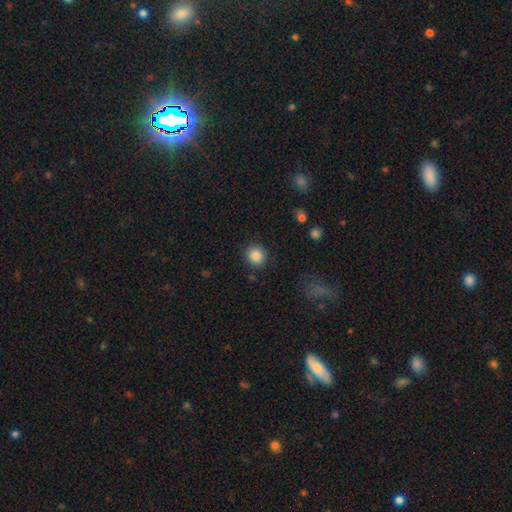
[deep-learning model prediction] smooth 87%, star or artifact 10%, featured or disk 4%. Down the decision tree: how rounded — round (90%); merging — none (89%).